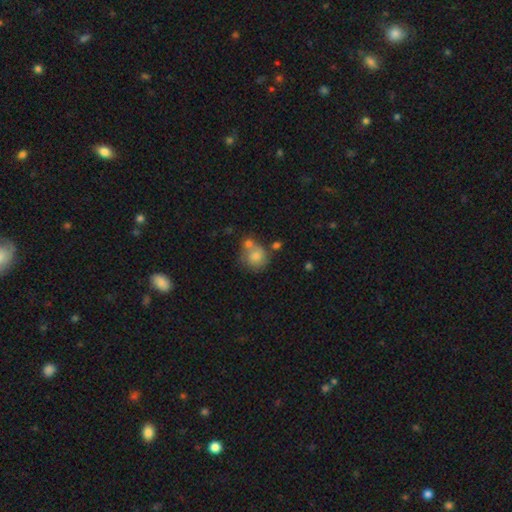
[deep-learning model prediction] Smooth or featured?
  - smooth: 77% *
  - featured or disk: 15%
  - star or artifact: 8%
How rounded?
  - round: 80% *
  - in between: 19%
  - cigar-shaped: 1%
Merging?
  - none: 42% *
  - merger: 33%
  - minor disturbance: 17%
  - major disturbance: 8%